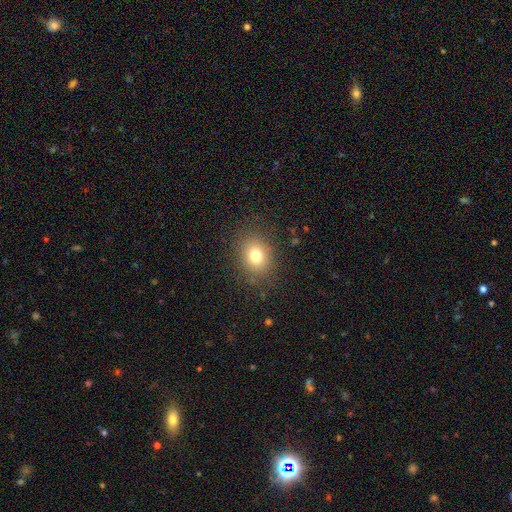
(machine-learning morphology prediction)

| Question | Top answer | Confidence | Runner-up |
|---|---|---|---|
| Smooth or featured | smooth | 76% | star or artifact (13%) |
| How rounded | round | 54% | in between (45%) |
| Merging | none | 84% | minor disturbance (10%) |